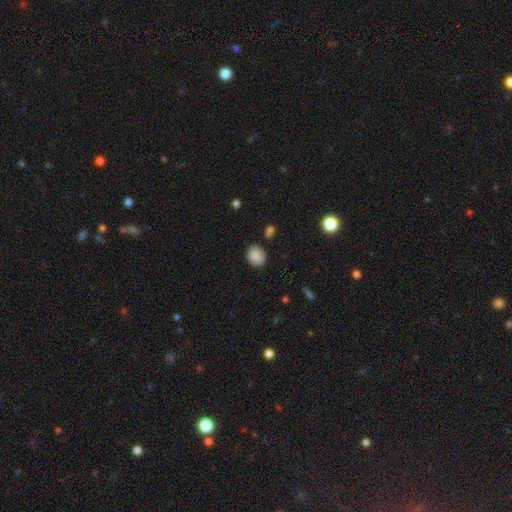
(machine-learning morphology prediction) smooth 87%, star or artifact 9%, featured or disk 5%. Down the decision tree: how rounded — round (50%); merging — none (82%).